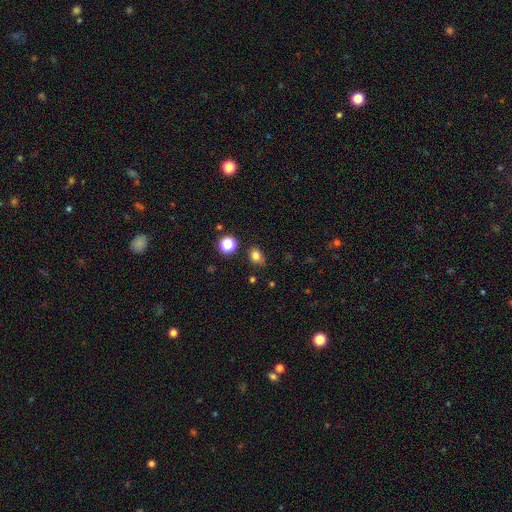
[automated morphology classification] smooth 80%, star or artifact 14%, featured or disk 6%. Down the decision tree: how rounded — in between (56%); merging — none (71%).